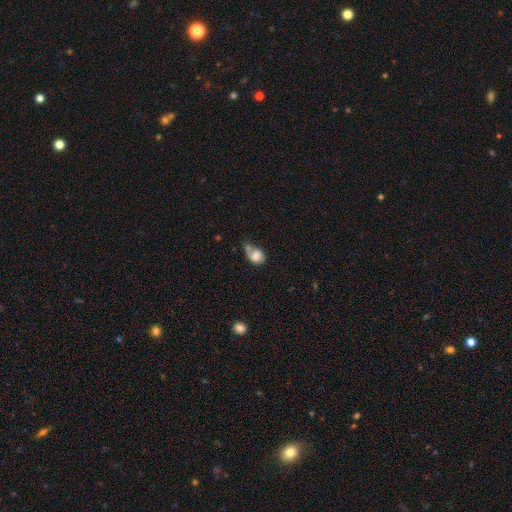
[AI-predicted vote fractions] Smooth or featured: smooth — 69% (featured or disk — 22%)
How rounded: in between — 55% (round — 44%)
Merging: none — 26% (tied with merger — 26%)